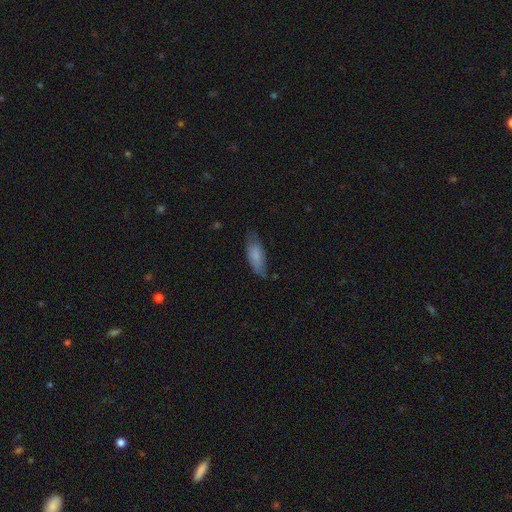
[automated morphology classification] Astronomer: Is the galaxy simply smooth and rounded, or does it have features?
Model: smooth — 78%.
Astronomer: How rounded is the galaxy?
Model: in between — 74%.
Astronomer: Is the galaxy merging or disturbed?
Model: none — 68%.